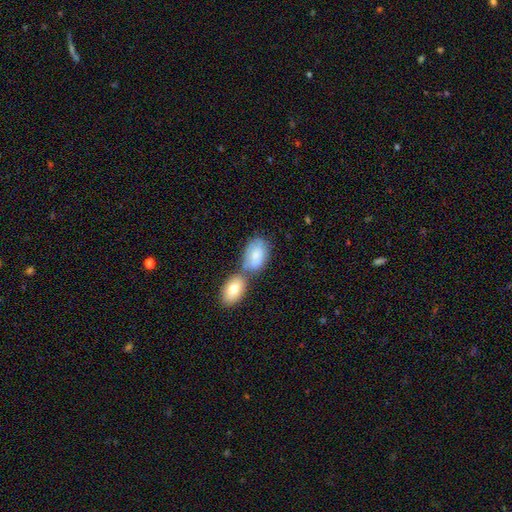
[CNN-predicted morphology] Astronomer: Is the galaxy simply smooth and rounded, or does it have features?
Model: smooth — 76%.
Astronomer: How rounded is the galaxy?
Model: in between — 89%.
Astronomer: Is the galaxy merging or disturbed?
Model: merger — 45% (runner-up: none, 35%).